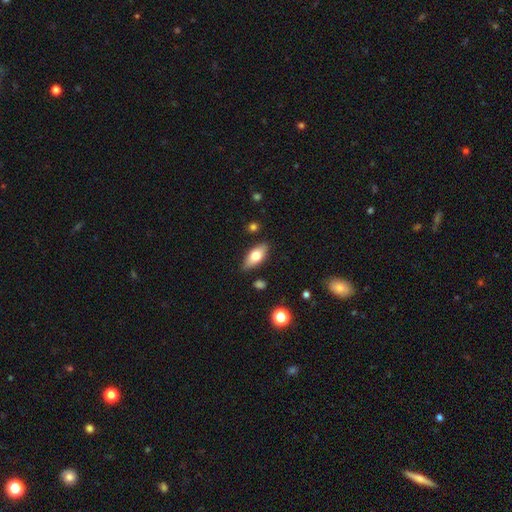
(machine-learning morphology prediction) Overall: smooth (72%). How rounded: in between (85%). Merging: none (83%).